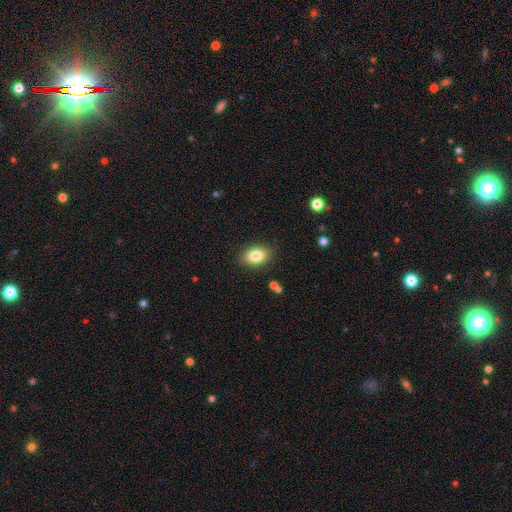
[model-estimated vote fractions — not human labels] Q: Smooth or featured?
A: smooth (83%); runner-up: star or artifact (9%)
Q: How rounded?
A: in between (80%); runner-up: round (19%)
Q: Merging?
A: none (87%); runner-up: minor disturbance (9%)